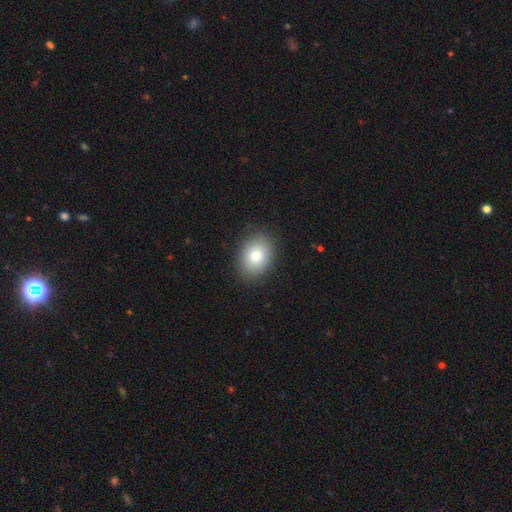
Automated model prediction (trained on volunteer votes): A smooth galaxy with no disk features (82%) that is in between round and cigar-shaped (70%). Merging: none (88%).